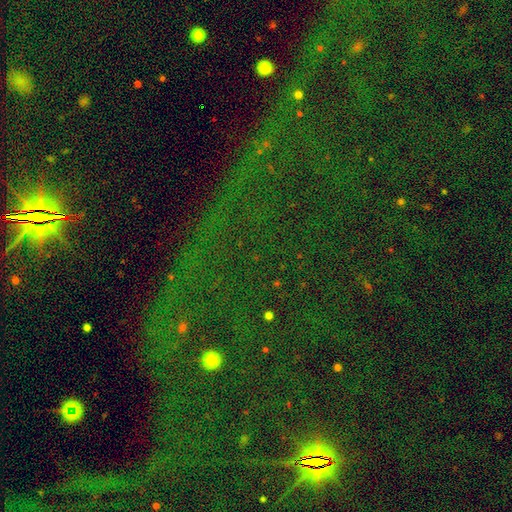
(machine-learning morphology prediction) Smooth or featured?
  - star or artifact: 83% *
  - smooth: 9%
  - featured or disk: 8%